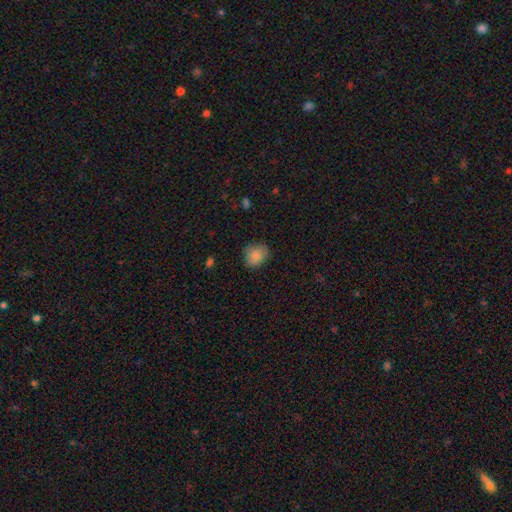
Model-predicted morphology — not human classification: Smooth or featured: smooth — 84% (star or artifact — 9%)
How rounded: round — 60% (in between — 39%)
Merging: none — 73% (minor disturbance — 21%)